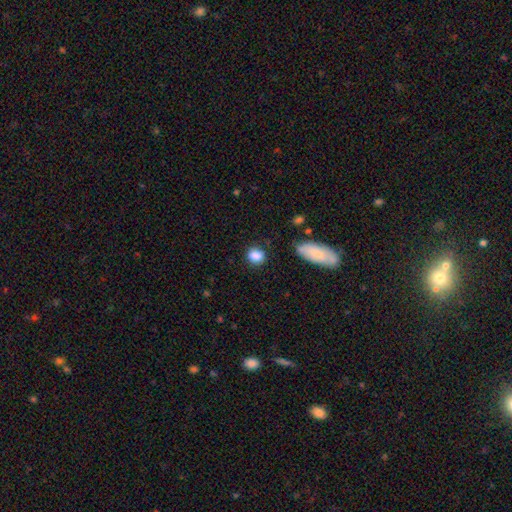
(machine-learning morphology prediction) smooth 86%, star or artifact 9%, featured or disk 5%. Down the decision tree: how rounded — round (65%); merging — none (80%).